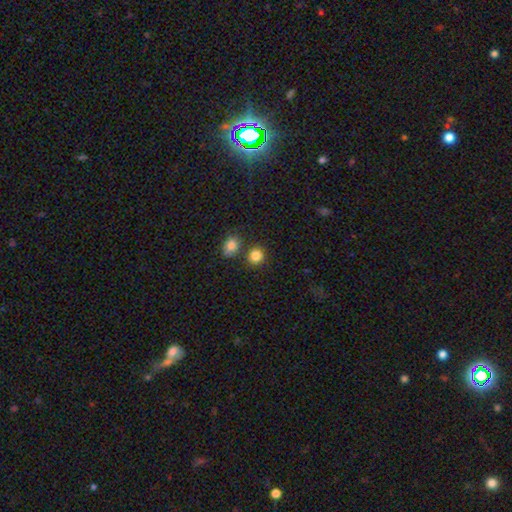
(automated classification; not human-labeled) This appears to be a smooth galaxy with no disk features (84%) that is round (81%). Merging: none (75%).